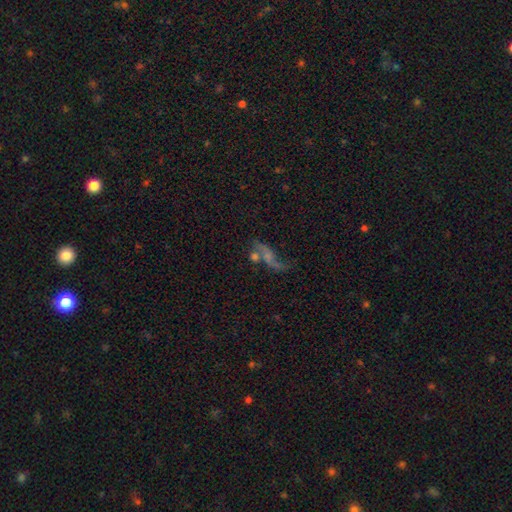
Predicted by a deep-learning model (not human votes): Smooth or featured?
  - featured or disk: 61% *
  - smooth: 24%
  - star or artifact: 15%
Edge-on disk?
  - no: 90% *
  - yes: 10%
Bar?
  - no: 63% *
  - weak: 29%
  - strong: 9%
Spiral arms?
  - yes: 75% *
  - no: 25%
Bulge size?
  - none: 43% *
  - small: 34%
  - moderate: 18%
  - large: 4%
  - dominant: 2%
Merging?
  - none: 38% *
  - merger: 25%
  - major disturbance: 21%
  - minor disturbance: 16%